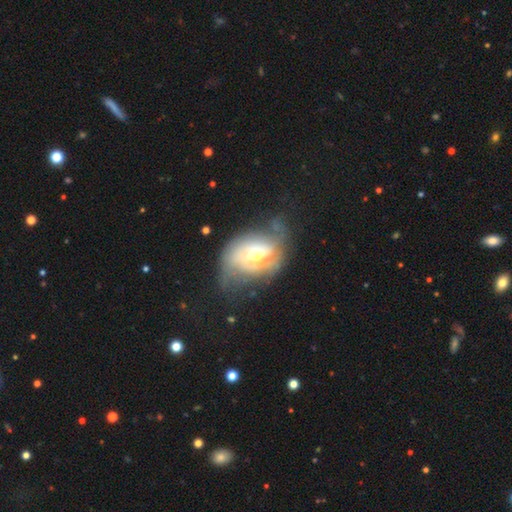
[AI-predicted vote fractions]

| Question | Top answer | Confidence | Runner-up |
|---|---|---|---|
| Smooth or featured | featured or disk | 73% | smooth (19%) |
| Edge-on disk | no | 96% | yes (4%) |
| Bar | no | 56% | weak (35%) |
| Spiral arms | yes | 80% | no (20%) |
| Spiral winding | tight | 40% | medium (37%) |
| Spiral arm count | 2 | 49% | can't tell (32%) |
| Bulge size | moderate | 48% | small (44%) |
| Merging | none | 39% | major disturbance (29%) |